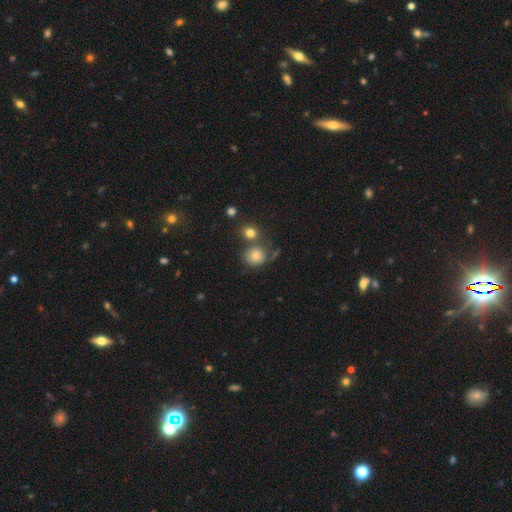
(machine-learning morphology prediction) Q: Smooth or featured?
A: smooth (78%); runner-up: star or artifact (11%)
Q: How rounded?
A: round (83%); runner-up: in between (16%)
Q: Merging?
A: none (61%); runner-up: merger (20%)